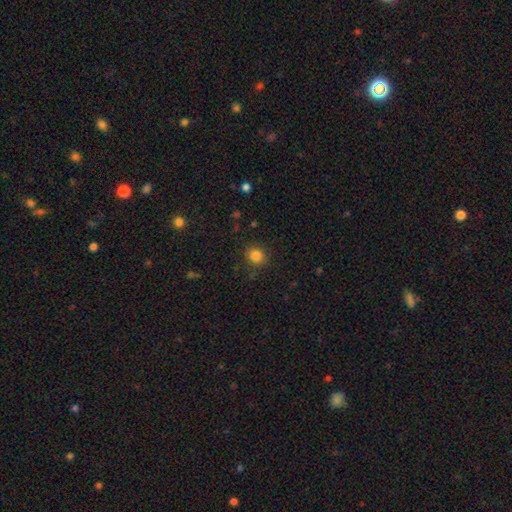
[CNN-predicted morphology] This appears to be a smooth galaxy with no disk features (84%) that is round (87%). Merging: none (88%).